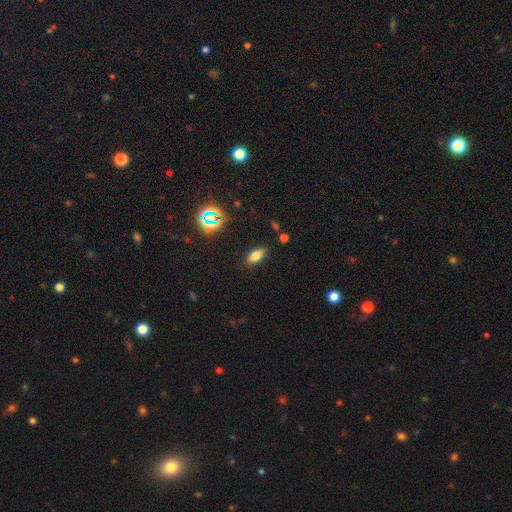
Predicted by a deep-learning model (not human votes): Overall: smooth (70%). How rounded: in between (83%). Merging: none (84%).